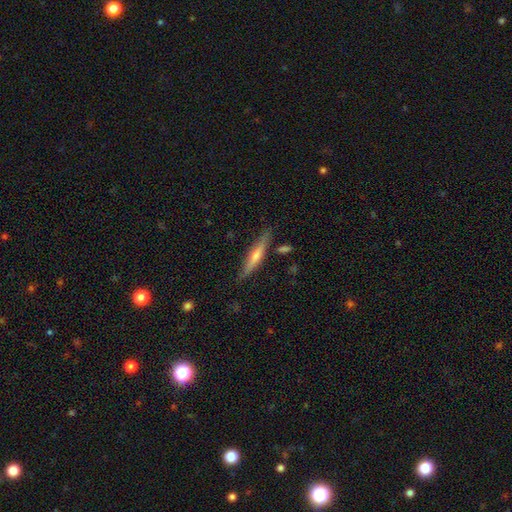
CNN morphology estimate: This appears to be a featured or disk galaxy (59%) viewed edge-on (96%) with a rounded central bulge (74%). Merging: none (85%).